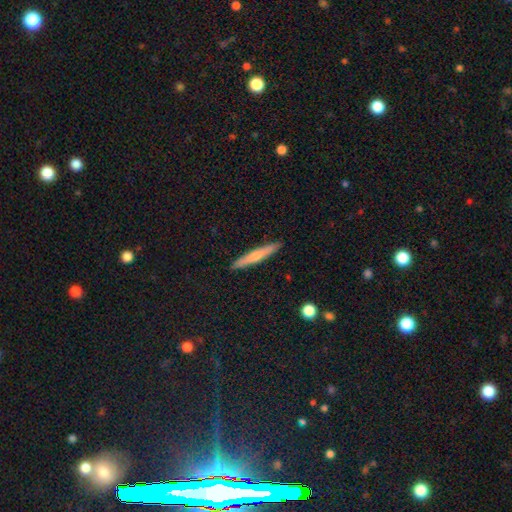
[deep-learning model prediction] smooth 54%, featured or disk 40%, star or artifact 6%. Down the decision tree: how rounded — cigar-shaped (94%); merging — none (91%).